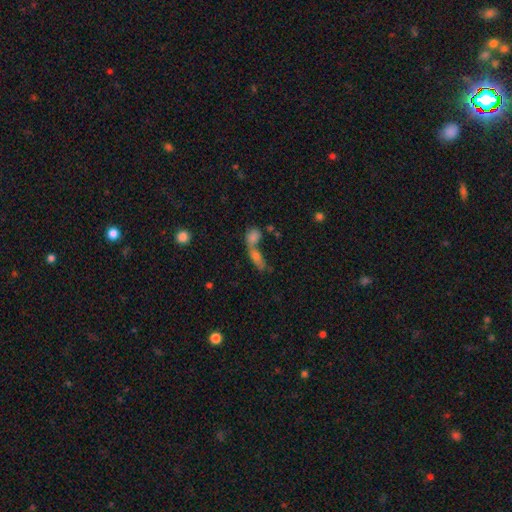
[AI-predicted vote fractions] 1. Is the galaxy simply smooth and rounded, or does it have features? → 58% smooth, 24% featured or disk, 17% star or artifact.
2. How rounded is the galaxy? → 58% in between, 28% cigar-shaped, 14% round.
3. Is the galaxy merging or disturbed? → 61% merger, 25% none, 7% minor disturbance, 7% major disturbance.